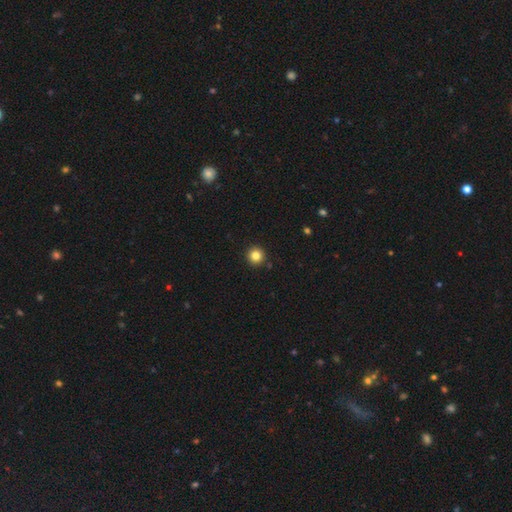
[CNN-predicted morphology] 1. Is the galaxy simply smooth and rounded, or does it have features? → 83% smooth, 12% star or artifact, 5% featured or disk.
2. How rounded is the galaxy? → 96% round, 3% in between, 1% cigar-shaped.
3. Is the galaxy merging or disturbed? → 93% none, 4% minor disturbance, 1% major disturbance, 1% merger.